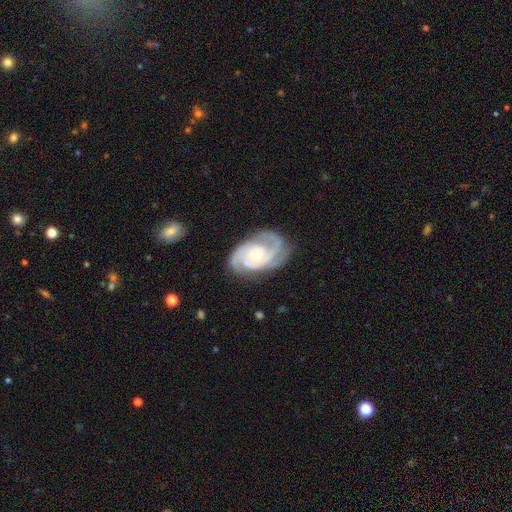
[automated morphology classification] Smooth or featured? featured or disk (91%)
Edge-on disk? no (98%)
Bar? no (68%)
Spiral arms? yes (98%)
Spiral winding? tight (61%)
Spiral arm count? 2 (48%)
Bulge size? moderate (49%)
Merging? none (76%)